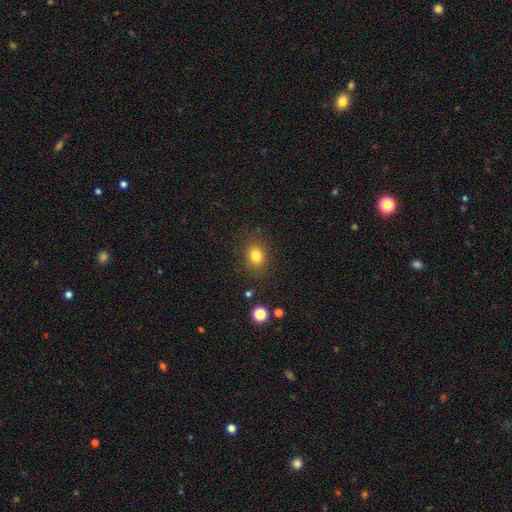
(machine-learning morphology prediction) Smooth or featured? Predicted: smooth (p=0.81). How rounded? Predicted: round (p=0.54). Merging? Predicted: none (p=0.84).